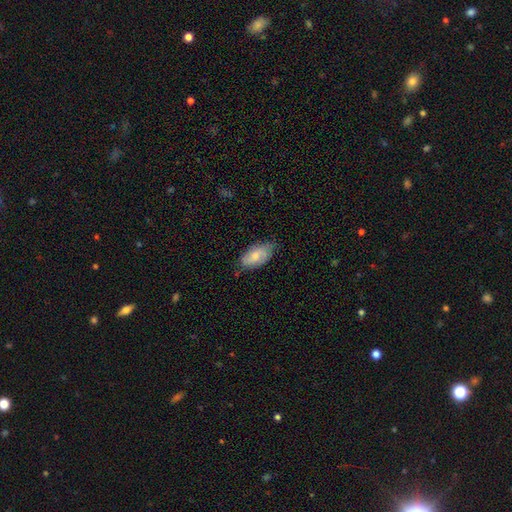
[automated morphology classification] Q: Smooth or featured?
A: smooth (64%); runner-up: featured or disk (30%)
Q: How rounded?
A: in between (93%); runner-up: round (4%)
Q: Merging?
A: none (63%); runner-up: minor disturbance (30%)